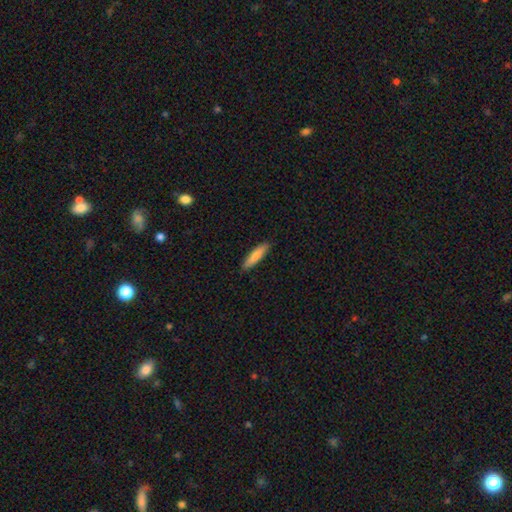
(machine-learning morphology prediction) Smooth or featured? smooth (75%)
How rounded? cigar-shaped (80%)
Merging? none (90%)